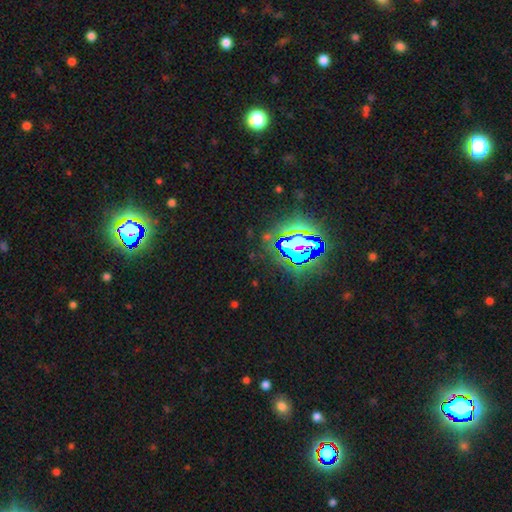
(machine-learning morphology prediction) Smooth or featured? star or artifact (80%)